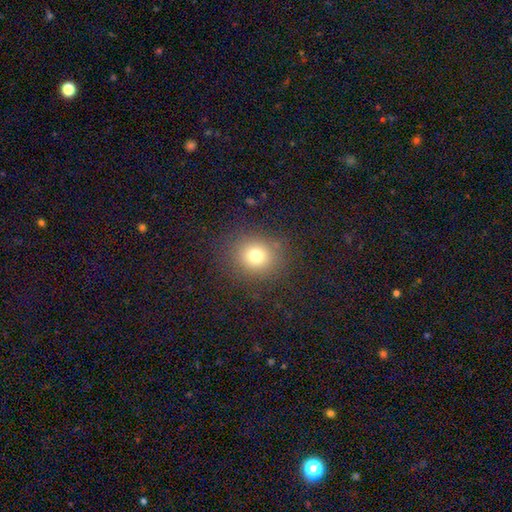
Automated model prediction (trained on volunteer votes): smooth_or_featured: smooth (p=0.74) [alt: star or artifact p=0.16]
how_rounded: round (p=0.81) [alt: in between p=0.18]
merging: none (p=0.85) [alt: minor disturbance p=0.09]